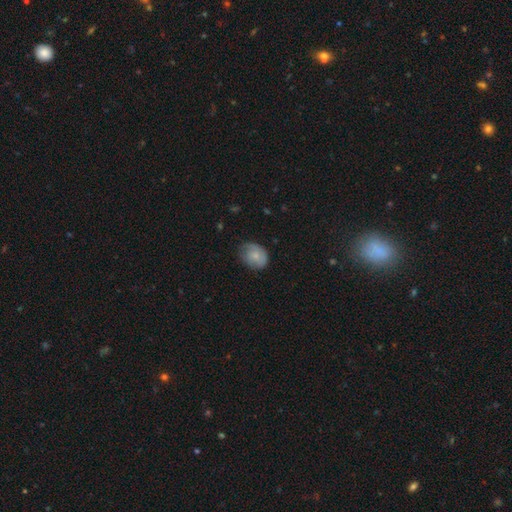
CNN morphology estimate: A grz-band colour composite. It shows a smooth galaxy with no disk features (65%) that is round (50%). Merging: none (56%).